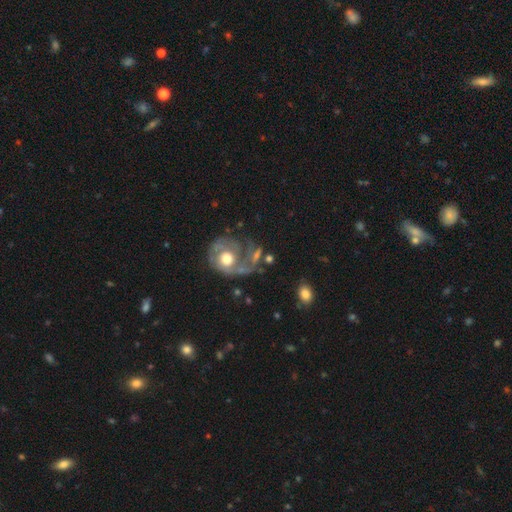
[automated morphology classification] featured or disk 68%, smooth 23%, star or artifact 9%. Down the decision tree: edge-on disk — no (96%); bar — no (76%); spiral arms — yes (75%); bulge size — moderate (62%); merging — none (39%).